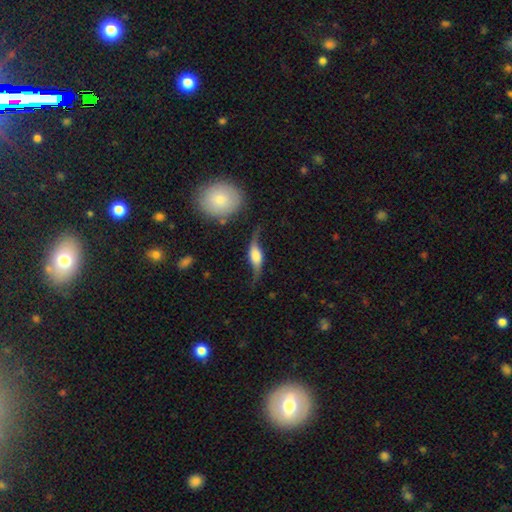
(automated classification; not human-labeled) A featured or disk galaxy (74%).

Vote fractions:
- Smooth or featured? featured or disk: 74% / smooth: 19% / star or artifact: 7%
- Edge-on disk? no: 61% / yes: 39%
- Merging? none: 57% / minor disturbance: 22% / major disturbance: 16% / merger: 5%